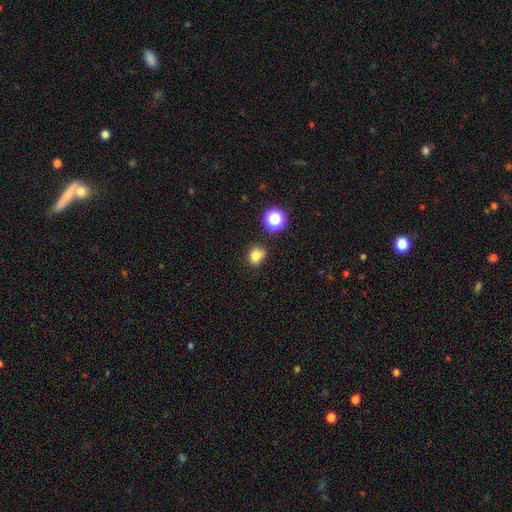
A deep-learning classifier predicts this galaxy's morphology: smooth-or-featured: smooth: 78% | star or artifact: 15% | featured or disk: 7%
  how-rounded: round: 66% | in between: 33% | cigar-shaped: 1%
  merging: none: 69% | minor disturbance: 20% | merger: 6% | major disturbance: 5%